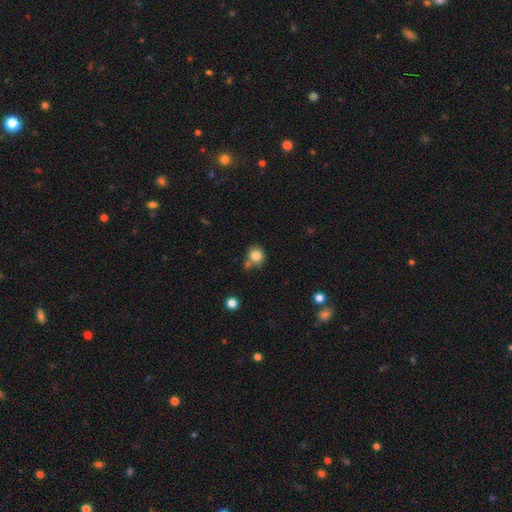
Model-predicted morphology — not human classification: This appears to be a smooth galaxy with no disk features (82%) that is round (83%). Merging: none (65%).